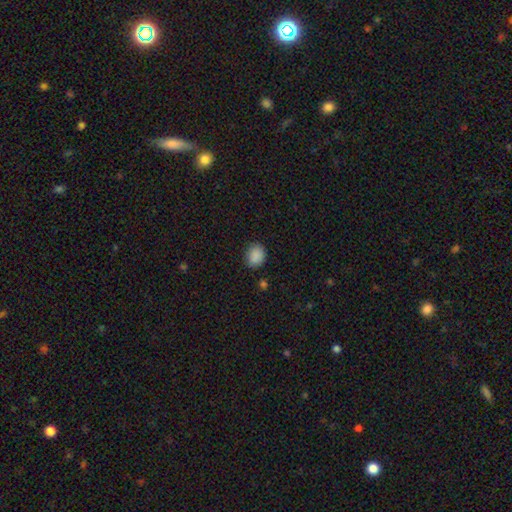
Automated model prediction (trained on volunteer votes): This appears to be a smooth galaxy with no disk features (88%) that is round (64%). Merging: none (84%).